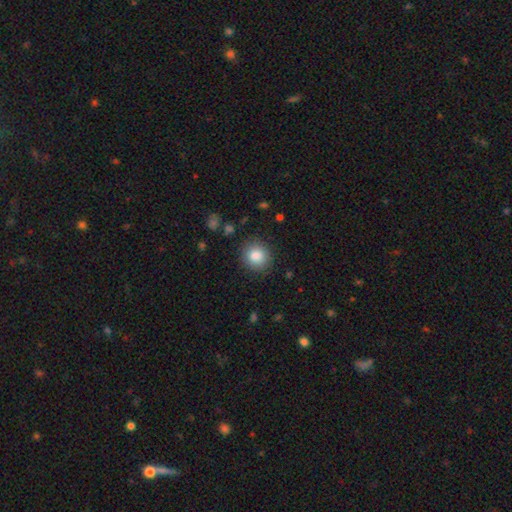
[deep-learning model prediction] Overall: smooth (84%). How rounded: round (87%). Merging: none (88%).